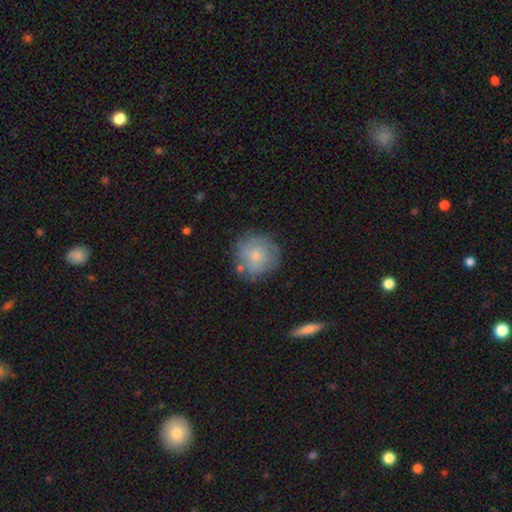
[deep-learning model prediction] Overall: smooth (60%; featured or disk 32%). How rounded: round (89%). Merging: none (70%).